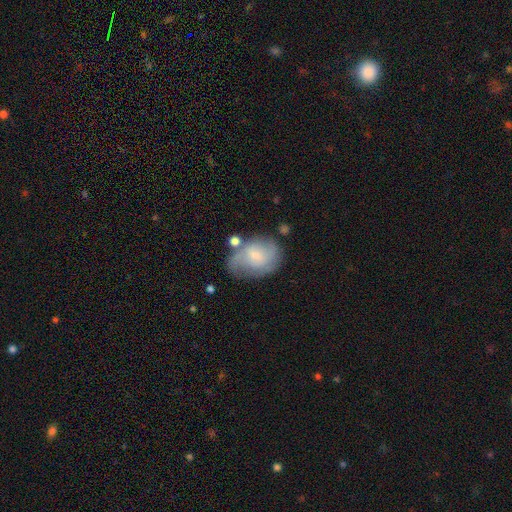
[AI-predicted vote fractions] Smooth or featured?
  - featured or disk: 47% *
  - smooth: 45%
  - star or artifact: 8%
Merging?
  - none: 48% *
  - minor disturbance: 27%
  - major disturbance: 15%
  - merger: 10%